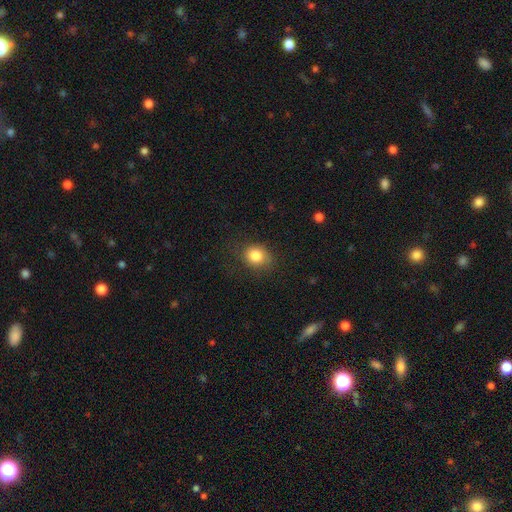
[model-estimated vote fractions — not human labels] Smooth or featured?
  - smooth: 83% *
  - star or artifact: 10%
  - featured or disk: 7%
How rounded?
  - round: 63% *
  - in between: 36%
  - cigar-shaped: 1%
Merging?
  - none: 76% *
  - minor disturbance: 17%
  - major disturbance: 6%
  - merger: 1%